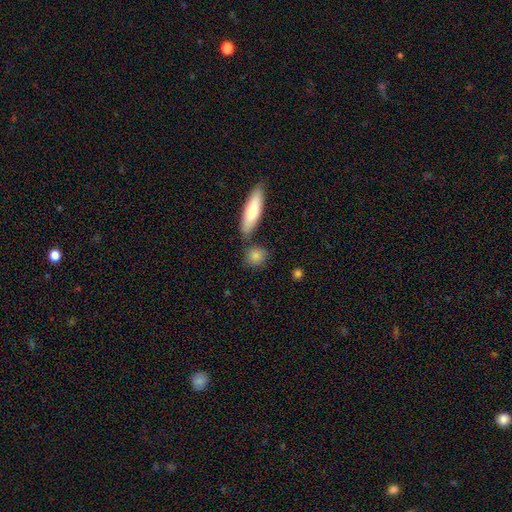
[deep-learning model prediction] smooth-or-featured: smooth: 83% | featured or disk: 10% | star or artifact: 7%
  how-rounded: round: 64% | in between: 28% | cigar-shaped: 8%
  merging: none: 73% | merger: 12% | minor disturbance: 12% | major disturbance: 3%